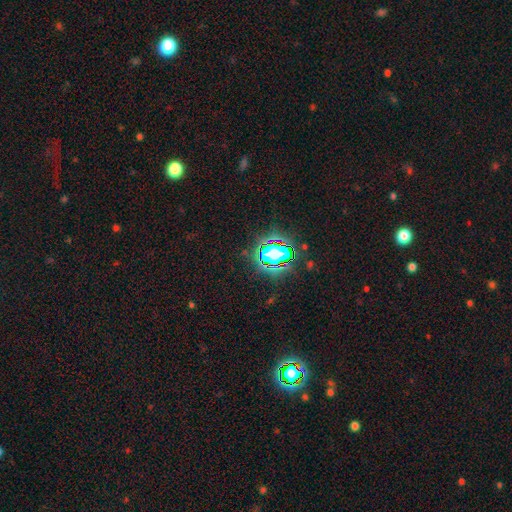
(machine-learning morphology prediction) Overall: star or artifact (80%).